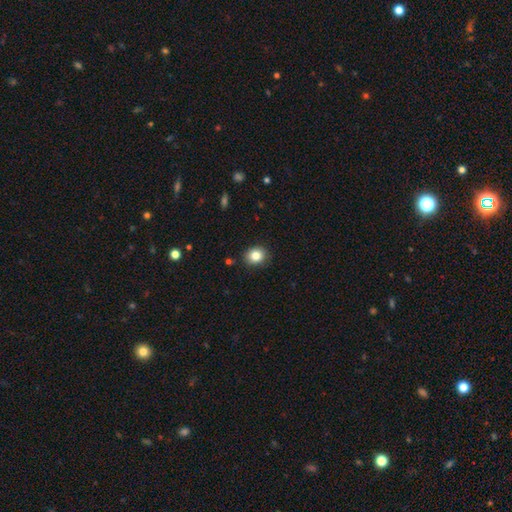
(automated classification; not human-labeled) Smooth or featured? Predicted: smooth (p=0.82). How rounded? Predicted: round (p=0.74). Merging? Predicted: none (p=0.87).